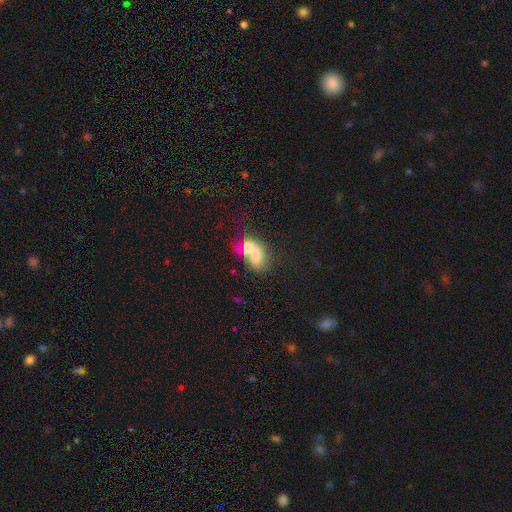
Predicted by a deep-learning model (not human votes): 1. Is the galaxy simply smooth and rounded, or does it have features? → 61% smooth, 29% featured or disk, 10% star or artifact.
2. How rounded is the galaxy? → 80% in between, 17% round, 2% cigar-shaped.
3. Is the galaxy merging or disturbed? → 68% merger, 14% none, 10% major disturbance, 8% minor disturbance.